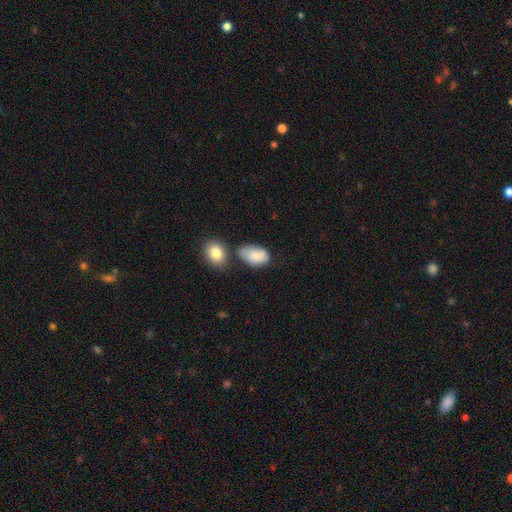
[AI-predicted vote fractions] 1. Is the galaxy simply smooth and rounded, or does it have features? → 82% smooth, 11% featured or disk, 7% star or artifact.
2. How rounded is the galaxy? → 90% in between, 8% round, 1% cigar-shaped.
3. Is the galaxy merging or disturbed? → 43% none, 29% minor disturbance, 18% merger, 10% major disturbance.